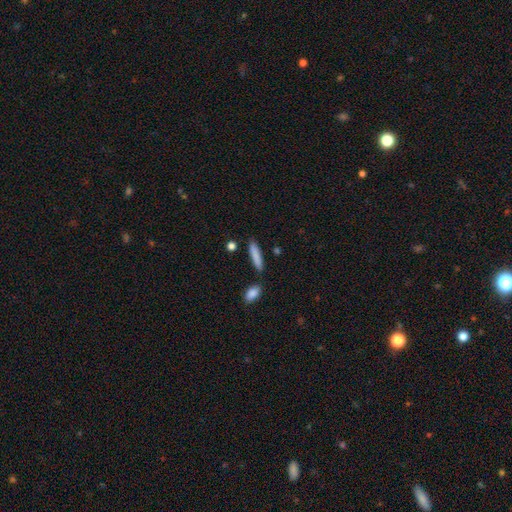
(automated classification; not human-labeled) Q: Smooth or featured?
A: smooth (84%); runner-up: featured or disk (10%)
Q: How rounded?
A: cigar-shaped (81%); runner-up: in between (17%)
Q: Merging?
A: none (83%); runner-up: minor disturbance (10%)